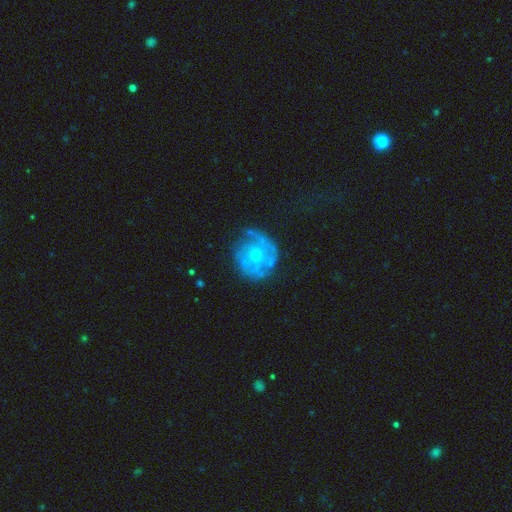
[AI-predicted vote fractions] featured or disk 72%, smooth 20%, star or artifact 7%. Down the decision tree: edge-on disk — no (98%); bar — no (81%); spiral arms — yes (51%); bulge size — moderate (53%); merging — none (59%).